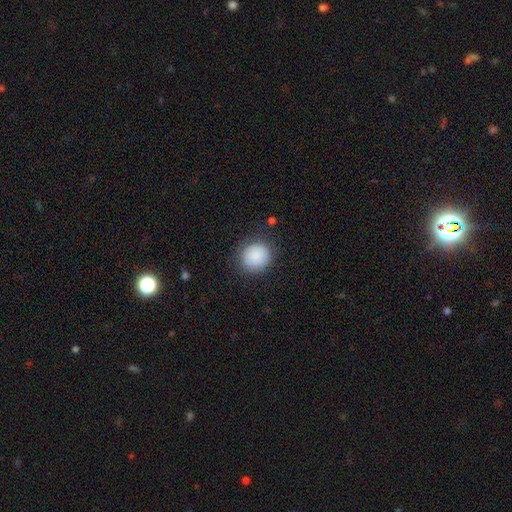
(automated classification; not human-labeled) Morphology: type=smooth (88%); roundness=round (88%); merging=none (84%).